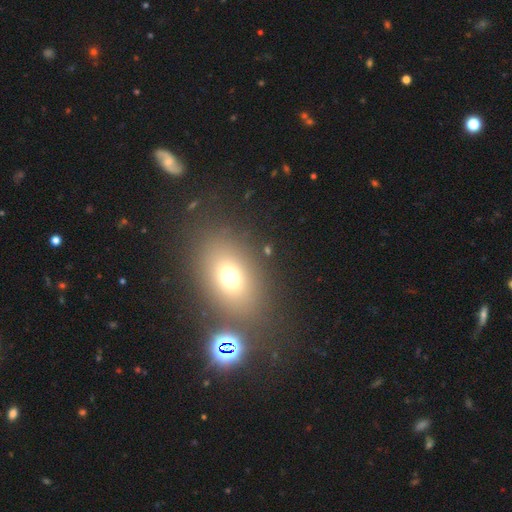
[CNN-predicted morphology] Smooth or featured: smooth — 61% (star or artifact — 23%)
How rounded: in between — 72% (round — 25%)
Merging: none — 75% (merger — 11%)